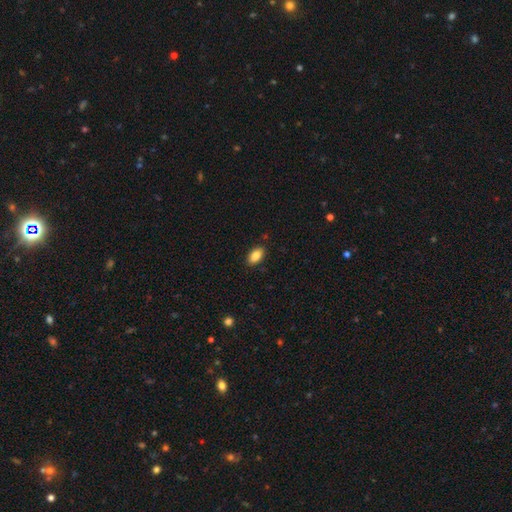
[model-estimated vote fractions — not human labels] Morphology: type=smooth (85%); roundness=in between (92%); merging=none (88%).